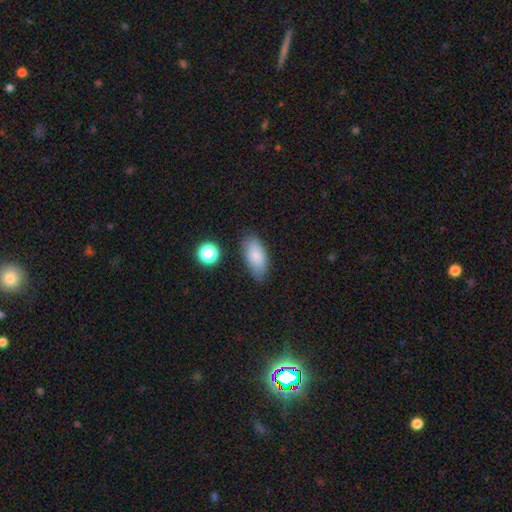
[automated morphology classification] The model was most divided on "merging": none: 75%, minor disturbance: 18%, major disturbance: 4%, merger: 3%. More confident: how rounded — in between (89%); smooth or featured — smooth (84%).